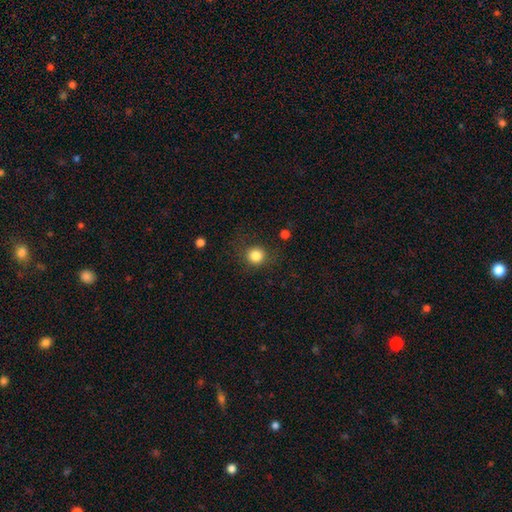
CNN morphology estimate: A smooth galaxy with no disk features (84%) that is round (91%). Merging: none (83%).